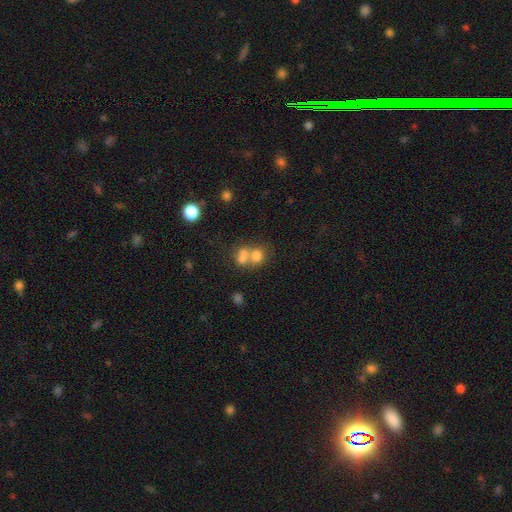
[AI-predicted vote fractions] The model was most divided on "how rounded": round: 59%, in between: 40%, cigar-shaped: 1%. More confident: smooth or featured — smooth (71%); merging — merger (59%).